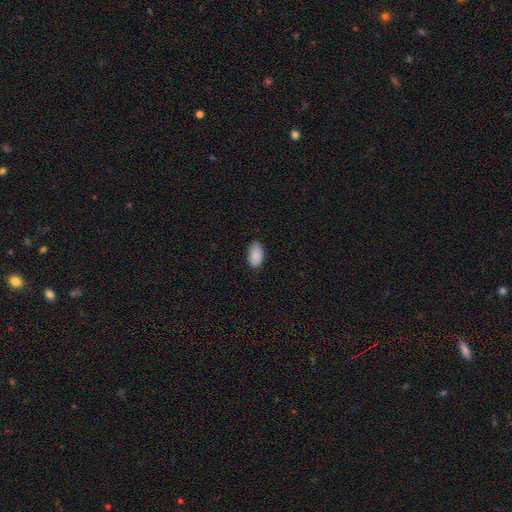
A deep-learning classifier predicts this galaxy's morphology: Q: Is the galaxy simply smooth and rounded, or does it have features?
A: smooth — 89%.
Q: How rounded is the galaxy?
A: in between — 95%.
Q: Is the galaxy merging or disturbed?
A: none — 84%.